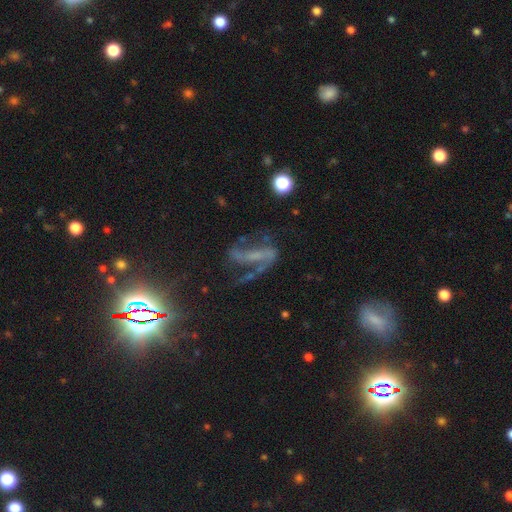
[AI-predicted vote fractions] Smooth or featured: featured or disk — 67% (star or artifact — 20%)
Edge-on disk: no — 90% (yes — 10%)
Bar: strong — 52% (weak — 25%)
Spiral arms: yes — 84% (no — 16%)
Spiral winding: loose — 58% (medium — 31%)
Spiral arm count: 2 — 81% (1 — 9%)
Bulge size: none — 54% (small — 32%)
Merging: none — 48% (major disturbance — 28%)